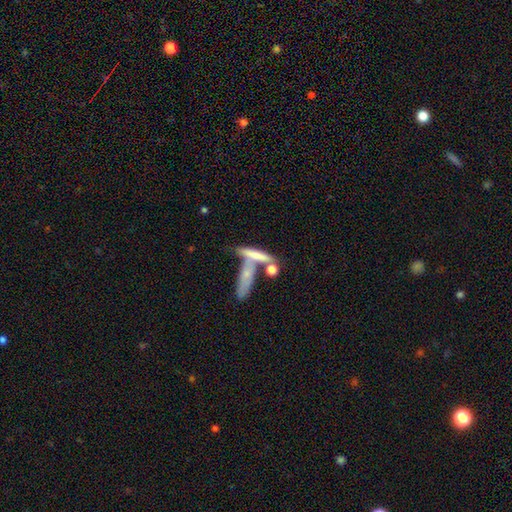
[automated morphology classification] A smooth galaxy with no disk features (59%) that is cigar-shaped (75%).

Vote fractions:
- Smooth or featured? smooth: 59% / featured or disk: 33% / star or artifact: 8%
- How rounded? cigar-shaped: 75% / in between: 21% / round: 5%
- Merging? none: 40% (tied) / merger: 40% (tied) / minor disturbance: 13% / major disturbance: 7%